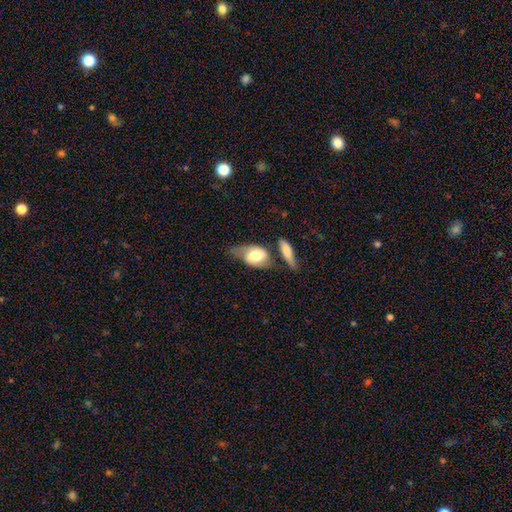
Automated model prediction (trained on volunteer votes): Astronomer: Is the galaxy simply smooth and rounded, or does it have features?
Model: smooth — 61%.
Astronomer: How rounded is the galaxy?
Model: in between — 84%.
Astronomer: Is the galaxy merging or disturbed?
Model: none — 34% (runner-up: minor disturbance, 28%).